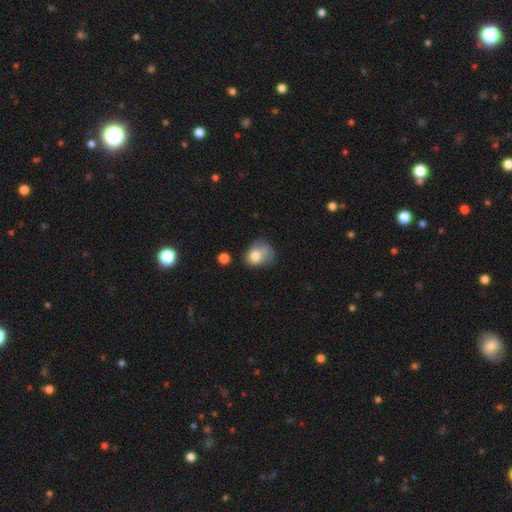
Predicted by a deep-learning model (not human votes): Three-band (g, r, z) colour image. It shows a smooth galaxy with no disk features (74%) that is in between round and cigar-shaped (53%). Merging: minor disturbance (36%).